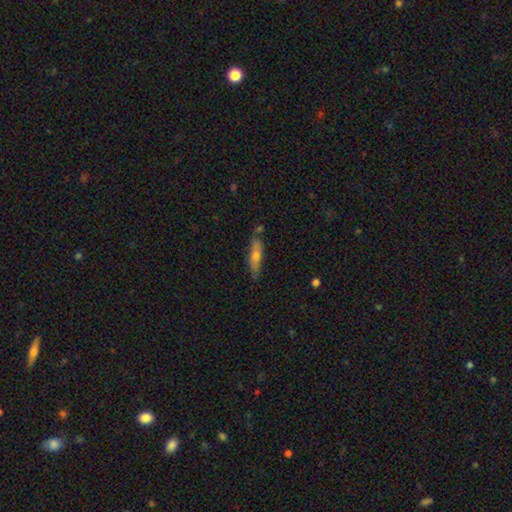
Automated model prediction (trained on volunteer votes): Smooth or featured? Predicted: smooth (p=0.56). How rounded? Predicted: cigar-shaped (p=0.75). Merging? Predicted: none (p=0.76).